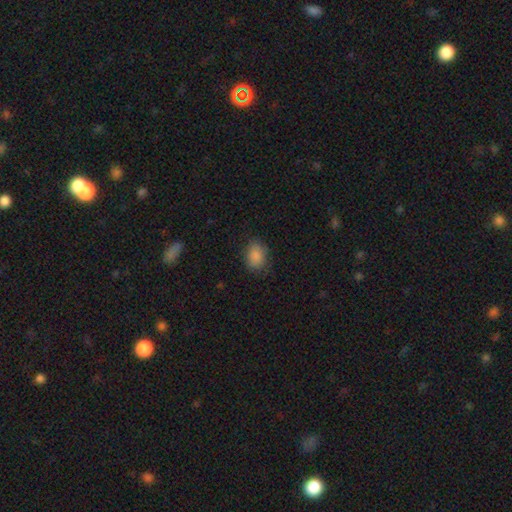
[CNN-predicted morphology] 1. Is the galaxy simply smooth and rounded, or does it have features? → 87% smooth, 9% star or artifact, 5% featured or disk.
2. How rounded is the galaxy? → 66% in between, 32% round, 1% cigar-shaped.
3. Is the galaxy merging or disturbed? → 79% none, 16% minor disturbance, 4% major disturbance, 1% merger.